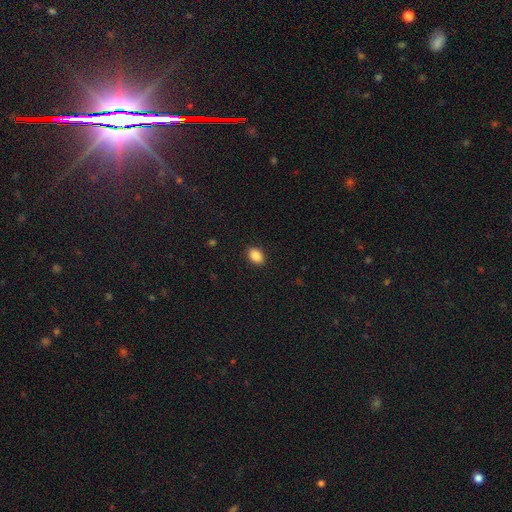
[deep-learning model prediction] A smooth galaxy with no disk features (87%) that is in between round and cigar-shaped (76%).

Vote fractions:
- Smooth or featured? smooth: 87% / star or artifact: 9% / featured or disk: 4%
- How rounded? in between: 76% / round: 23% / cigar-shaped: 1%
- Merging? none: 90% / minor disturbance: 7% / major disturbance: 2% / merger: 1%